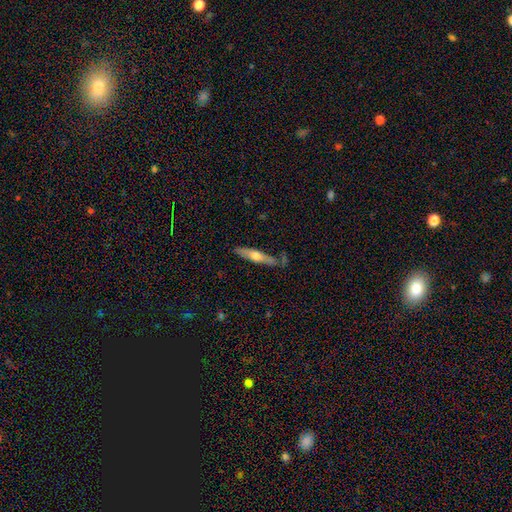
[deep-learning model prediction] The model was most divided on "smooth or featured": featured or disk: 50%, smooth: 45%, star or artifact: 6%. More confident: merging — none (77%).